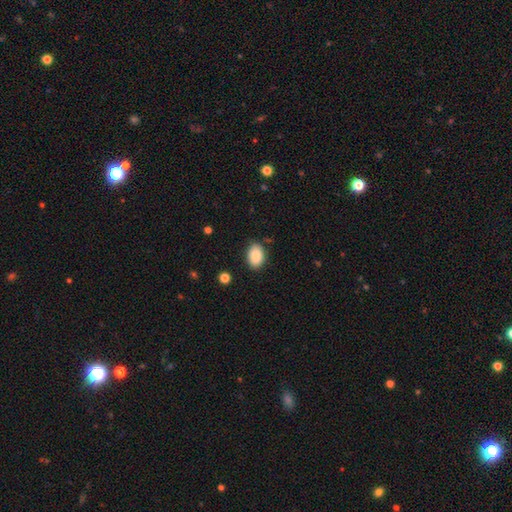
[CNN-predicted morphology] A smooth galaxy with no disk features (88%) that is in between round and cigar-shaped (85%). Merging: none (84%).